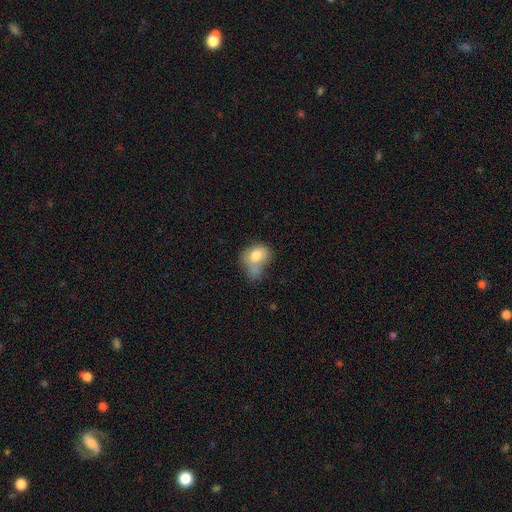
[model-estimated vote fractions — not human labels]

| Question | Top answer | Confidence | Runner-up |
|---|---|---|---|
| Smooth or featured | smooth | 76% | featured or disk (15%) |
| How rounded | in between | 63% | round (36%) |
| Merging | merger | 31% | major disturbance (24%) |